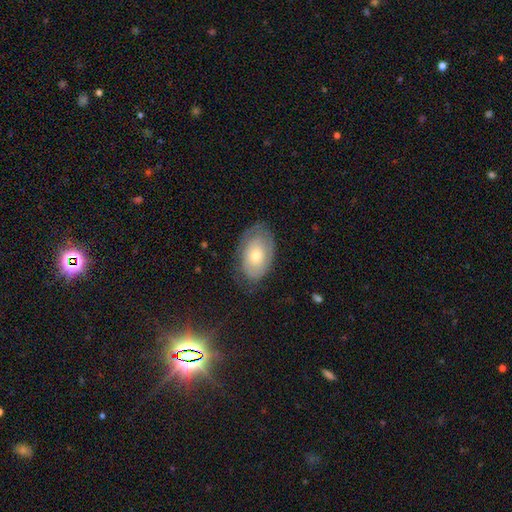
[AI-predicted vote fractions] smooth_or_featured: smooth (p=0.48) [alt: featured or disk p=0.44]
merging: none (p=0.69) [alt: minor disturbance p=0.21]